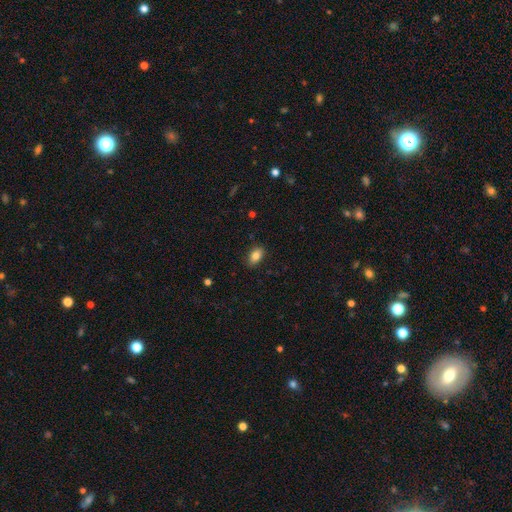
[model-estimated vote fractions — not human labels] smooth 83%, star or artifact 9%, featured or disk 9%. Down the decision tree: how rounded — in between (88%); merging — none (85%).